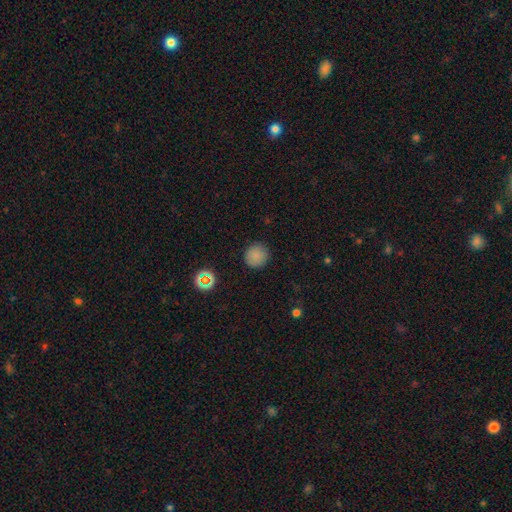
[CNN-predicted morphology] This is clearly a smooth galaxy (83%). How rounded: clearly round (94%). Merging: clearly none (90%).